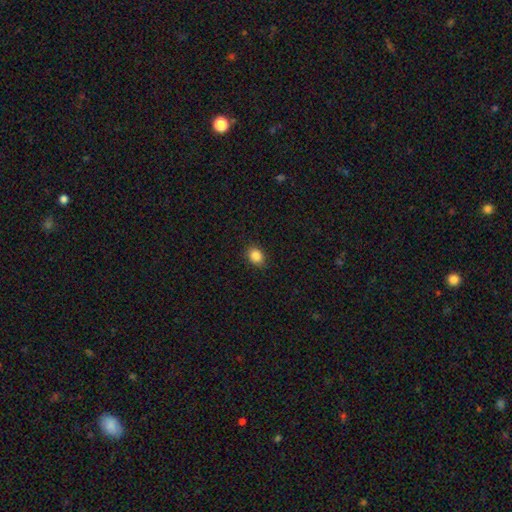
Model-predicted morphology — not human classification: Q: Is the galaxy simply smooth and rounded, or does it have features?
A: smooth — 87%.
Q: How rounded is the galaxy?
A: in between — 56%.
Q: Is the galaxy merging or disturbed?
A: none — 88%.